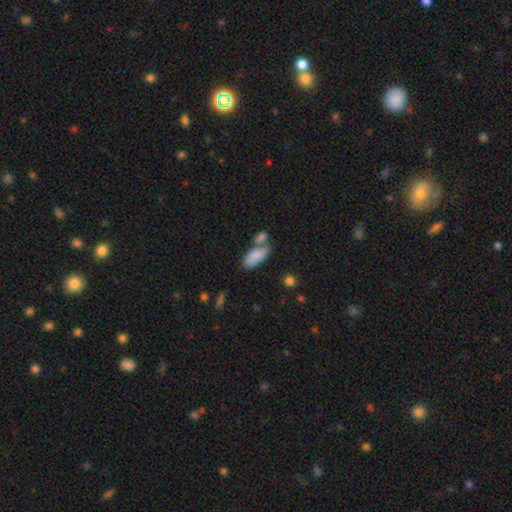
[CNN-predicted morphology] smooth_or_featured: smooth (p=0.80) [alt: featured or disk p=0.13]
how_rounded: in between (p=0.88) [alt: cigar-shaped p=0.09]
merging: none (p=0.40) [alt: merger p=0.38]